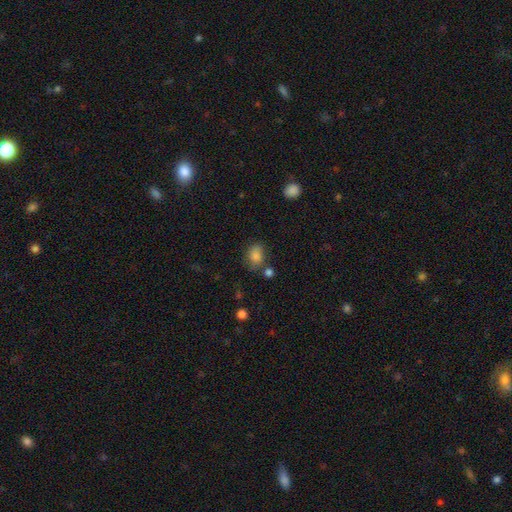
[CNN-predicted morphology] smooth-or-featured: smooth: 83% | star or artifact: 11% | featured or disk: 7%
  how-rounded: in between: 65% | round: 34% | cigar-shaped: 1%
  merging: none: 60% | minor disturbance: 23% | merger: 9% | major disturbance: 7%